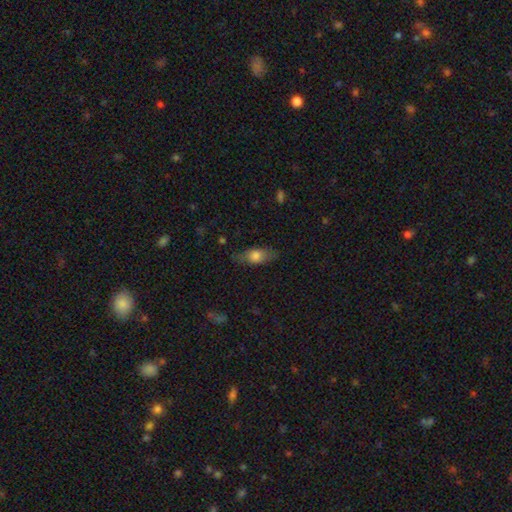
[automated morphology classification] Overall: smooth (70%). How rounded: in between (76%). Merging: none (72%).